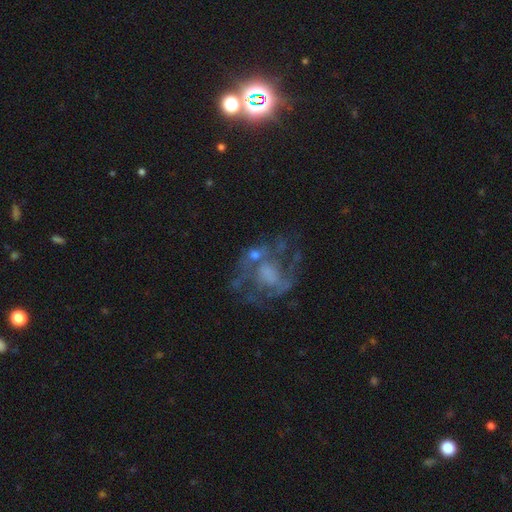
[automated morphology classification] A featured or disk galaxy (70%) with no bar (70%), spiral arms (58%) and no central bulge (33%). Merging: none (46%).